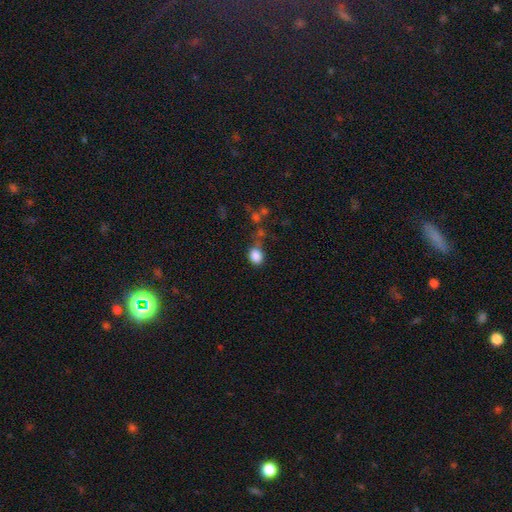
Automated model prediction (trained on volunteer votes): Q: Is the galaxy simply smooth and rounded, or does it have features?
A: smooth — 84%.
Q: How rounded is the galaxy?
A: in between — 58%.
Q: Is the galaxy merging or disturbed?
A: none — 53%.